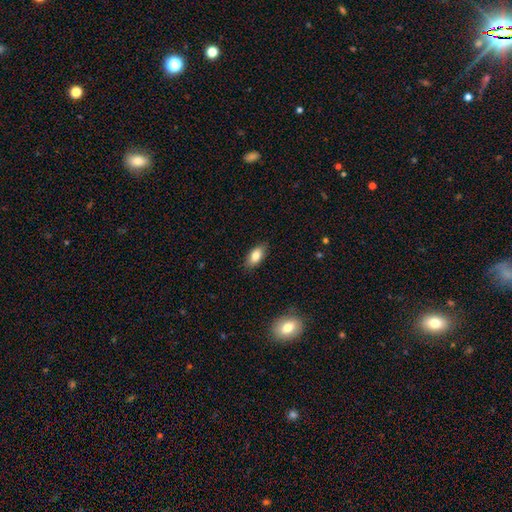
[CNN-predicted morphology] This is clearly a smooth galaxy (82%). How rounded: clearly in between (89%). Merging: clearly none (84%).